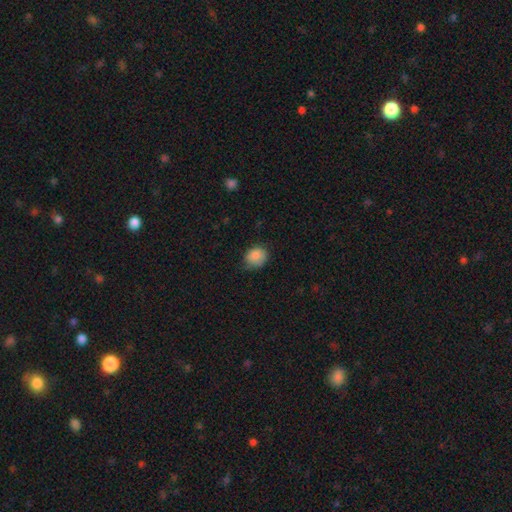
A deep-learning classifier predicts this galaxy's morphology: Q: Smooth or featured?
A: smooth (85%); runner-up: star or artifact (8%)
Q: How rounded?
A: round (64%); runner-up: in between (35%)
Q: Merging?
A: none (60%); runner-up: minor disturbance (31%)